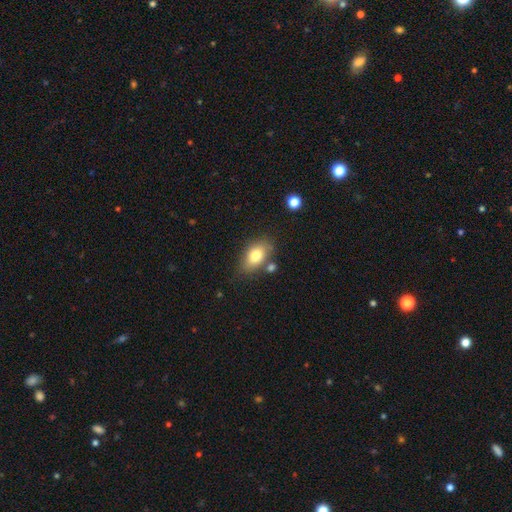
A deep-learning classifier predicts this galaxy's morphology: Overall: smooth (78%). How rounded: in between (88%). Merging: none (70%).